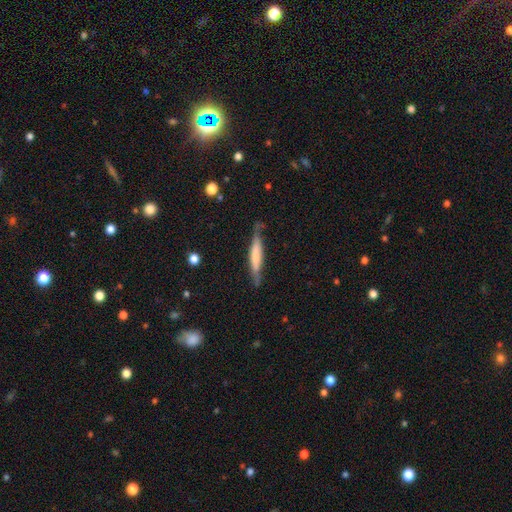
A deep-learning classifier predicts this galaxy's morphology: smooth_or_featured: smooth (p=0.52) [alt: featured or disk p=0.42]
how_rounded: cigar-shaped (p=0.89) [alt: in between p=0.10]
merging: none (p=0.71) [alt: minor disturbance p=0.21]